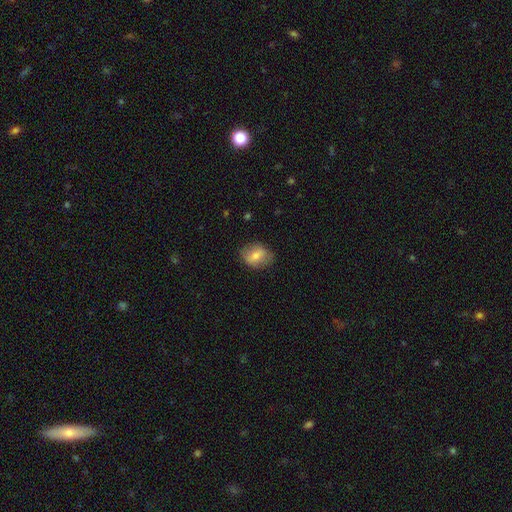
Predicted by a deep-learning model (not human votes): Smooth or featured? smooth (68%)
How rounded? in between (60%)
Merging? none (75%)